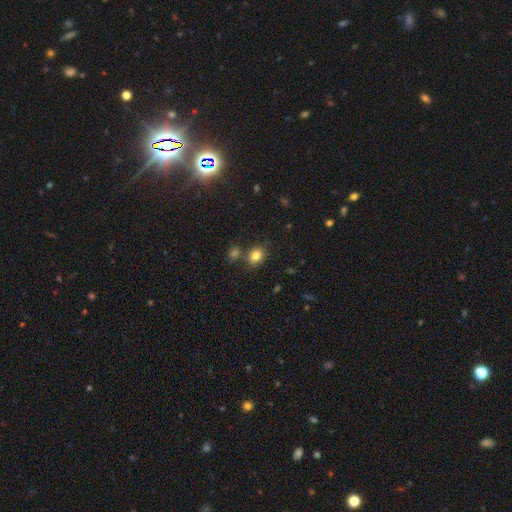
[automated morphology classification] Overall: smooth (82%). How rounded: round (56%; in between 43%). Merging: none (71%).